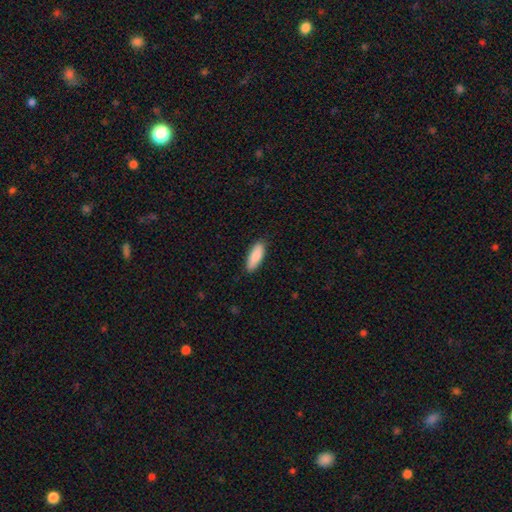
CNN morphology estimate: type=smooth (88%); roundness=in between (66%); merging=none (87%).